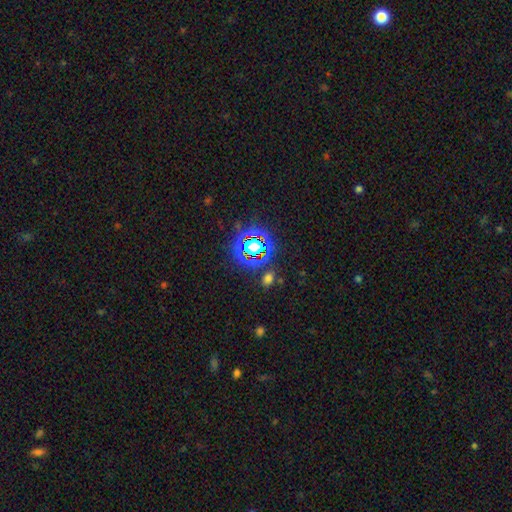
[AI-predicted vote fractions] Smooth or featured? Predicted: star or artifact (p=0.79).